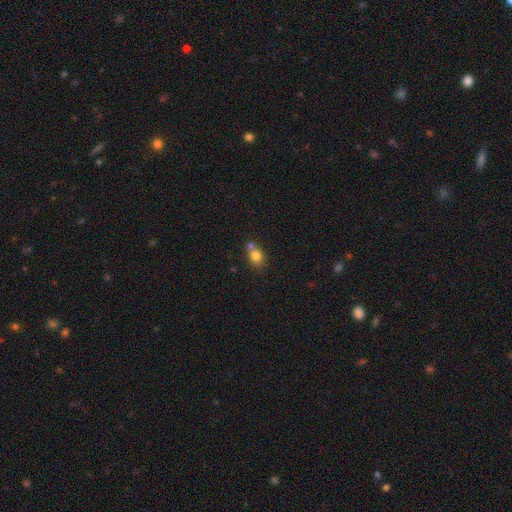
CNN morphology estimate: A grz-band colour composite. It shows a smooth galaxy with no disk features (79%) that is round (66%). Merging: none (46%).